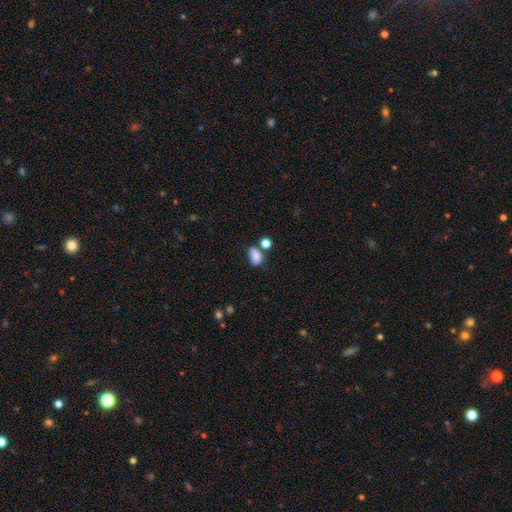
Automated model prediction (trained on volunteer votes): Overall: smooth (82%). How rounded: in between (84%). Merging: none (49%; minor disturbance 22%).